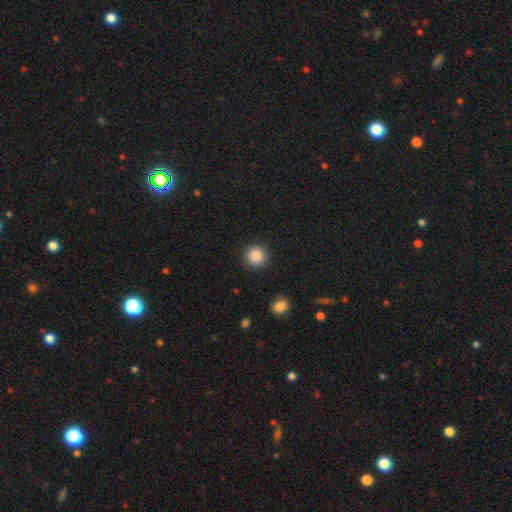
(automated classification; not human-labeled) smooth-or-featured: smooth: 88% | star or artifact: 9% | featured or disk: 3%
  how-rounded: round: 94% | in between: 5% | cigar-shaped: 1%
  merging: none: 89% | minor disturbance: 7% | major disturbance: 3% | merger: 1%